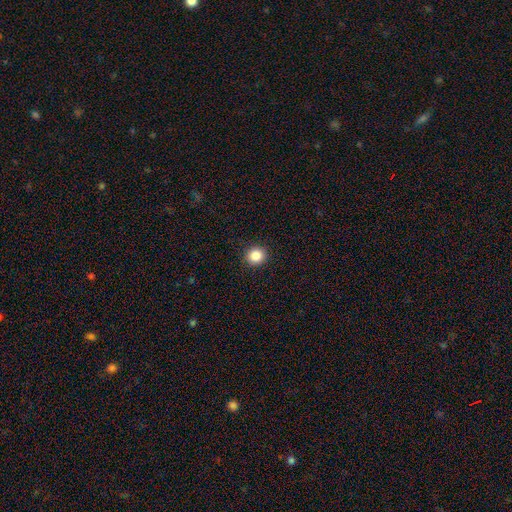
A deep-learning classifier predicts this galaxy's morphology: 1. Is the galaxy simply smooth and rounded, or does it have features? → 86% smooth, 10% star or artifact, 4% featured or disk.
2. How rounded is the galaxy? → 89% round, 10% in between, 1% cigar-shaped.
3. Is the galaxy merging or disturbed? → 92% none, 5% minor disturbance, 2% major disturbance, 1% merger.